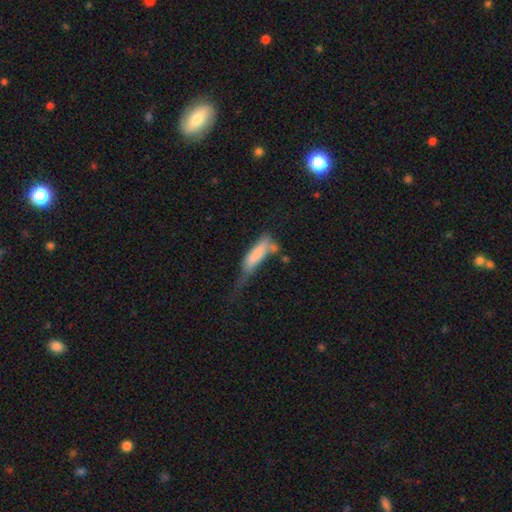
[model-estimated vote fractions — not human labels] Smooth or featured: smooth — 74% (featured or disk — 19%)
How rounded: cigar-shaped — 59% (in between — 39%)
Merging: major disturbance — 34% (minor disturbance — 28%)